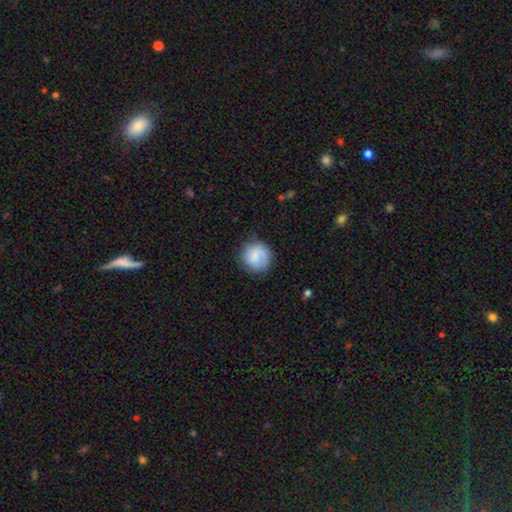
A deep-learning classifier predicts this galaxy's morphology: Q: Smooth or featured?
A: smooth (79%); runner-up: featured or disk (14%)
Q: How rounded?
A: round (91%); runner-up: in between (8%)
Q: Merging?
A: none (75%); runner-up: minor disturbance (17%)